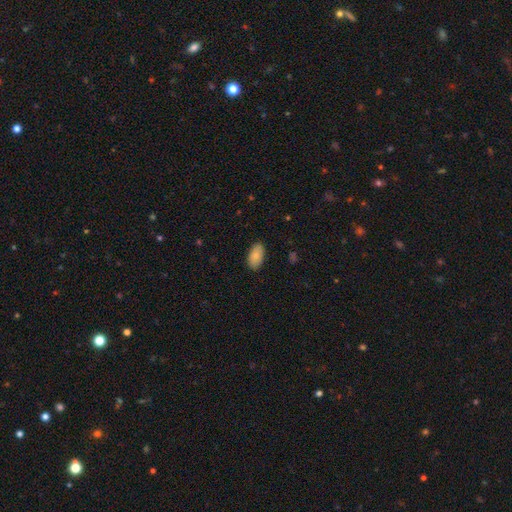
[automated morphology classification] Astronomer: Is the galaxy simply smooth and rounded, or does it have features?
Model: smooth — 86%.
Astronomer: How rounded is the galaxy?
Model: in between — 95%.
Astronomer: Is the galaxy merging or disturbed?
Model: none — 86%.